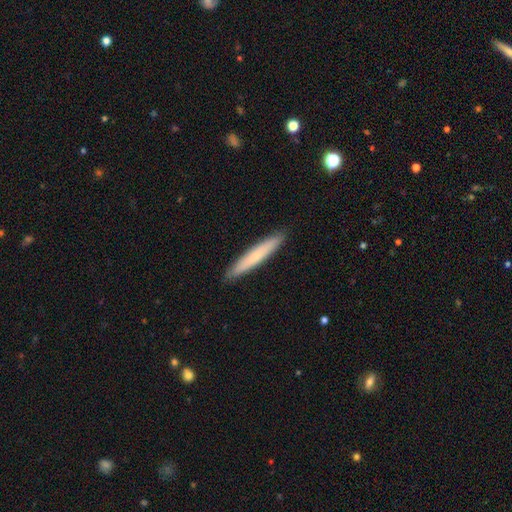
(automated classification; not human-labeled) A smooth galaxy with no disk features (67%) that is cigar-shaped (95%).

Vote fractions:
- Smooth or featured? smooth: 67% / featured or disk: 28% / star or artifact: 5%
- How rounded? cigar-shaped: 95% / in between: 4% / round: 1%
- Merging? none: 91% / minor disturbance: 7% / major disturbance: 1% / merger: 1%